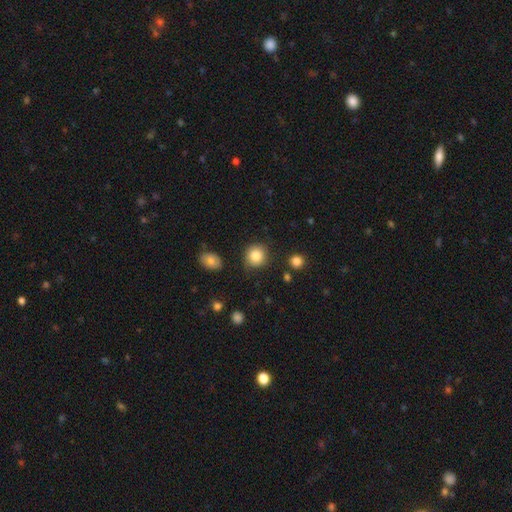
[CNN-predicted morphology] This is clearly a smooth galaxy (84%). How rounded: clearly round (88%). Merging: clearly none (81%).